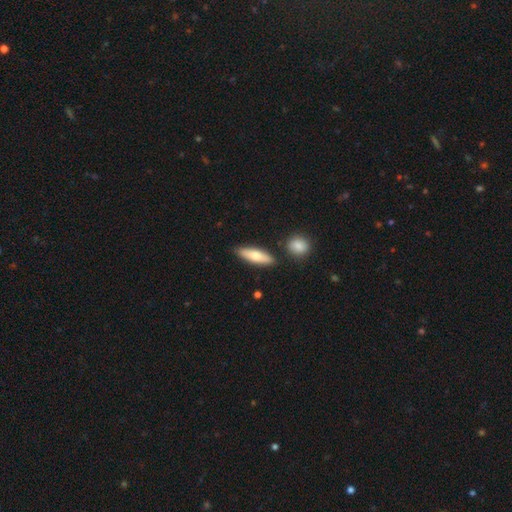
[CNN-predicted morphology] The model was most divided on "how rounded": cigar-shaped: 56%, in between: 42%, round: 3%. More confident: merging — none (83%); smooth or featured — smooth (71%).